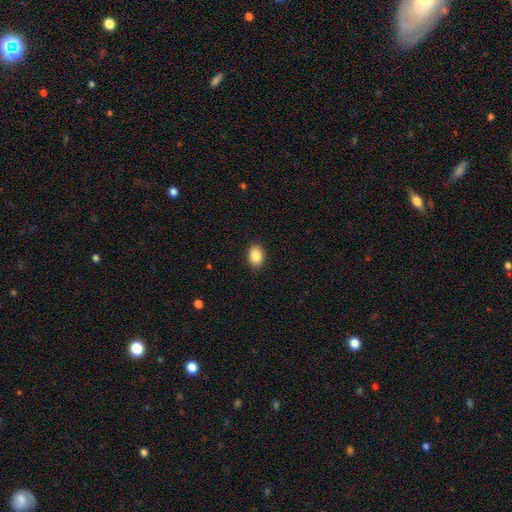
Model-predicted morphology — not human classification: This appears to be a smooth galaxy with no disk features (88%) that is in between round and cigar-shaped (80%). Merging: none (90%).